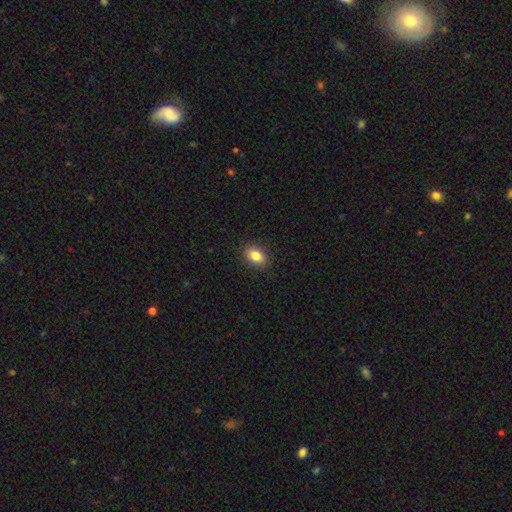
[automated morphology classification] smooth 84%, star or artifact 9%, featured or disk 8%. Down the decision tree: how rounded — in between (83%); merging — none (89%).